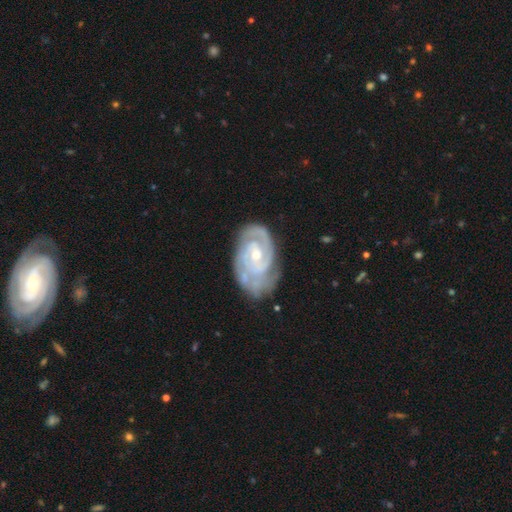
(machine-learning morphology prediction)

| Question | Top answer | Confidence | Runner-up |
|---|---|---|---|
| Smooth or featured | featured or disk | 88% | smooth (7%) |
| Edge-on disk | no | 97% | yes (3%) |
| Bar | no | 57% | weak (34%) |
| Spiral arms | yes | 97% | no (3%) |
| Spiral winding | tight | 68% | medium (28%) |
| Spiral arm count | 2 | 61% | 3 (16%) |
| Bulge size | small | 54% | moderate (42%) |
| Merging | none | 67% | minor disturbance (23%) |